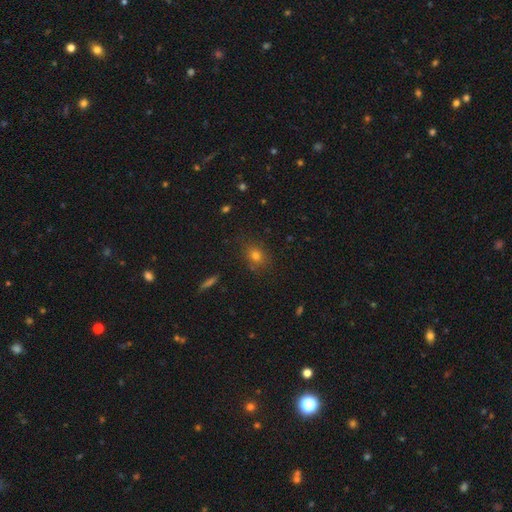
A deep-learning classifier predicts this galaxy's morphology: Smooth or featured?
  - smooth: 73% *
  - star or artifact: 17%
  - featured or disk: 10%
How rounded?
  - round: 55% *
  - in between: 43%
  - cigar-shaped: 2%
Merging?
  - none: 82% *
  - minor disturbance: 12%
  - major disturbance: 3%
  - merger: 2%